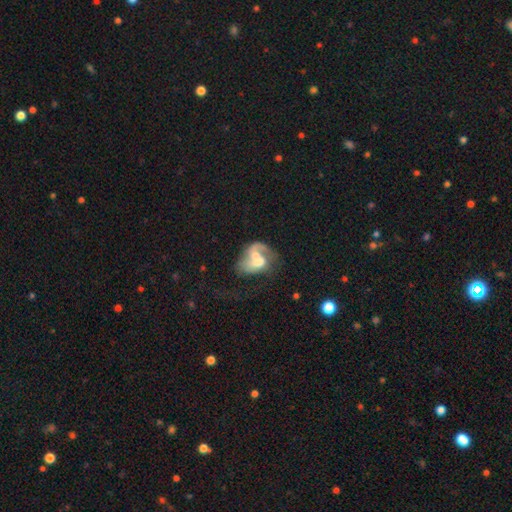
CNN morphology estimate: This appears to be a featured or disk galaxy (56%) with no bar (70%), spiral arms (54%) and a moderate central bulge (56%). Merging: merger (60%).